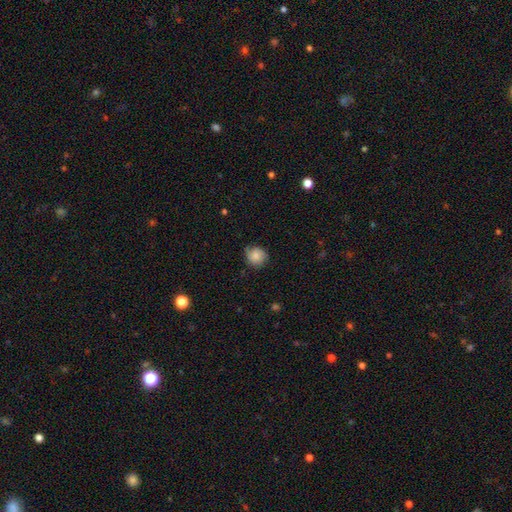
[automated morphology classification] type=smooth (77%); roundness=round (85%); merging=none (67%).